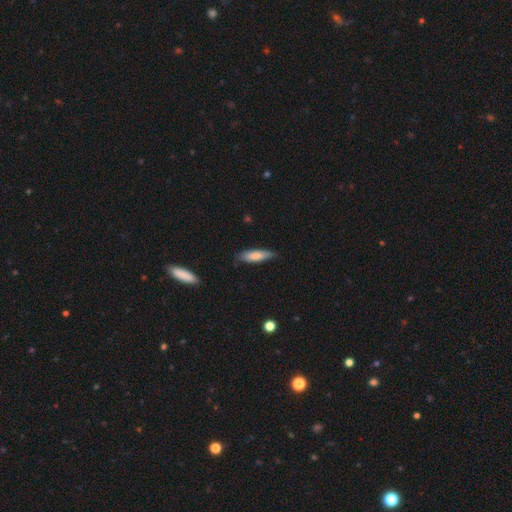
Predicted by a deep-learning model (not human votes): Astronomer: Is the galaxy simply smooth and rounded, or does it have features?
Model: smooth — 78%.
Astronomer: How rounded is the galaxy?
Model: cigar-shaped — 63%.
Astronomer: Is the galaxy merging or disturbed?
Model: none — 76%.